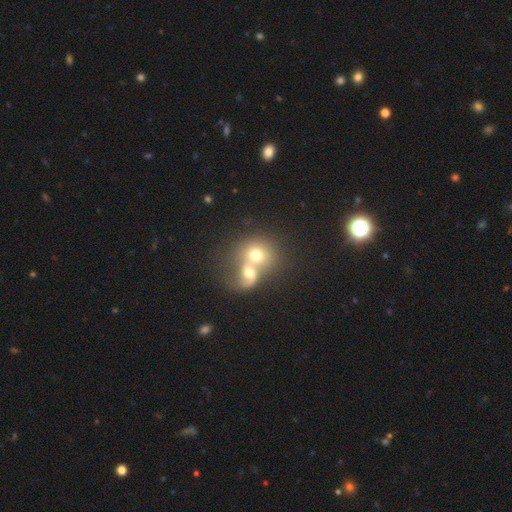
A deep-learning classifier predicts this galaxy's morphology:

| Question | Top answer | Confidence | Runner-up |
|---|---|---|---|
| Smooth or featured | smooth | 57% | featured or disk (32%) |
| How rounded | round | 69% | in between (30%) |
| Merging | merger | 77% | none (14%) |